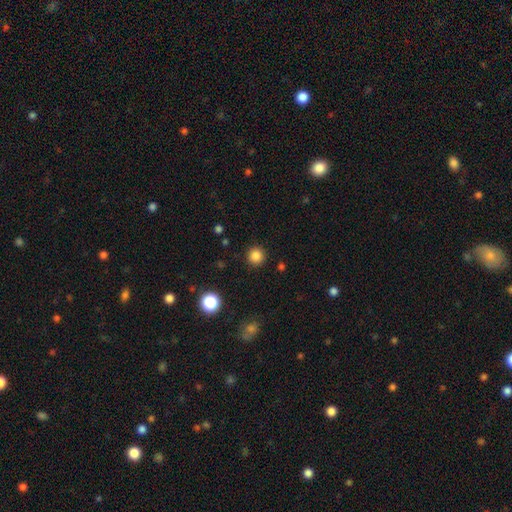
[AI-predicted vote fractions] Smooth or featured: smooth — 84% (star or artifact — 13%)
How rounded: round — 94% (in between — 5%)
Merging: none — 91% (minor disturbance — 6%)